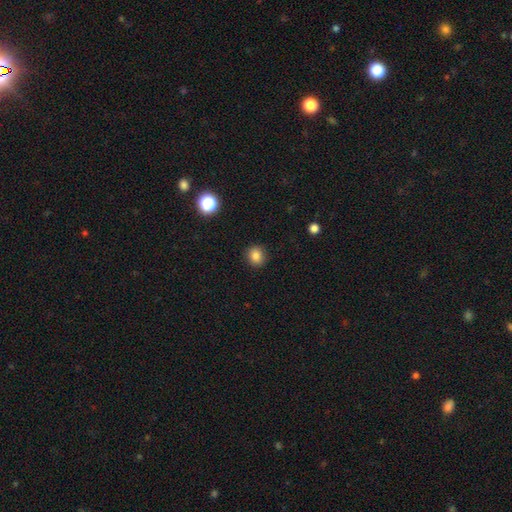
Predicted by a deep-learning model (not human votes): Morphology: type=smooth (83%); roundness=round (85%); merging=none (90%).